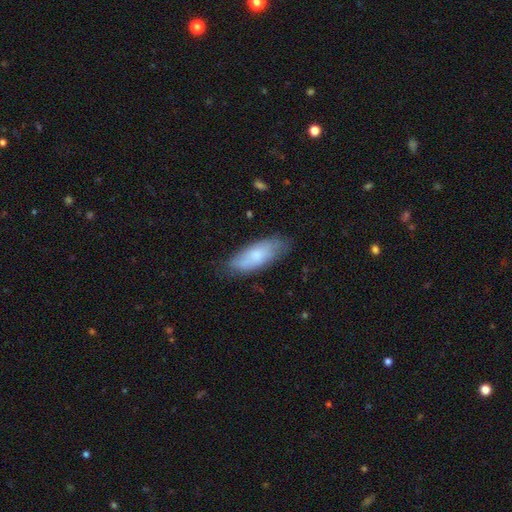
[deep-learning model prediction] Smooth or featured? smooth (69%)
How rounded? in between (74%)
Merging? none (71%)